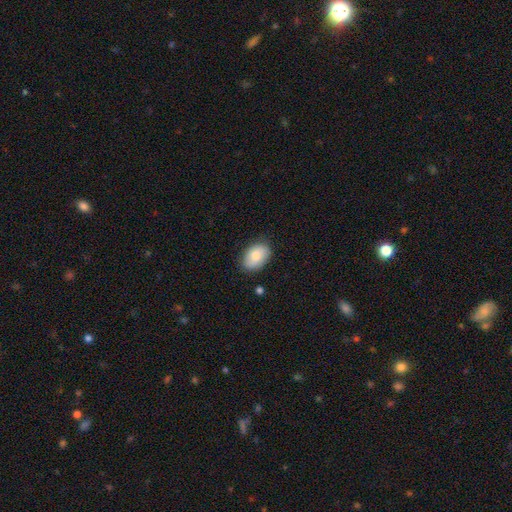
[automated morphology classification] Smooth or featured?
  - smooth: 78% *
  - featured or disk: 15%
  - star or artifact: 7%
How rounded?
  - in between: 87% *
  - round: 12%
  - cigar-shaped: 1%
Merging?
  - none: 81% *
  - minor disturbance: 15%
  - major disturbance: 3%
  - merger: 1%